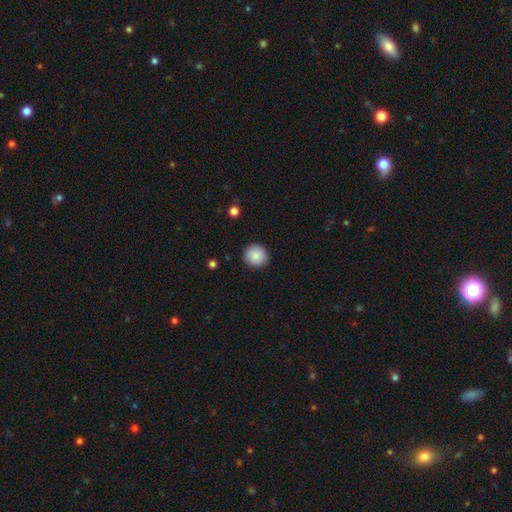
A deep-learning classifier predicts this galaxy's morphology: Overall: smooth (87%). How rounded: round (93%). Merging: none (91%).